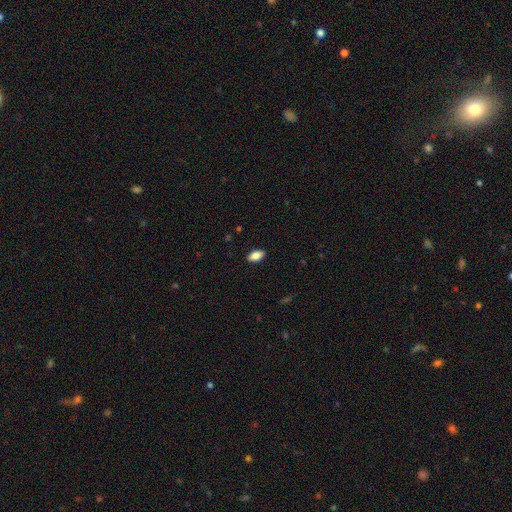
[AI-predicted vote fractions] Overall: smooth (85%). How rounded: in between (91%). Merging: none (88%).